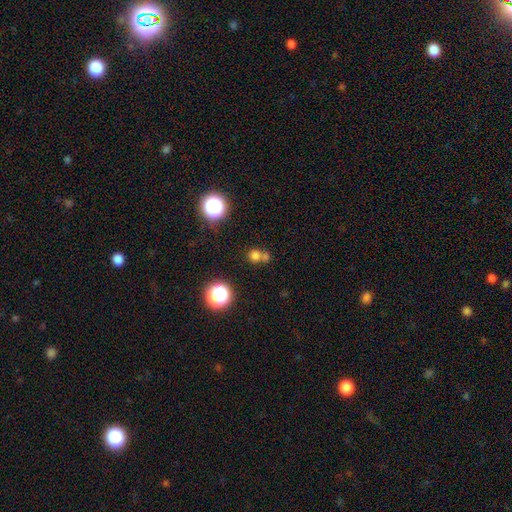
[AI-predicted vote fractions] smooth_or_featured: smooth (p=0.70) [alt: star or artifact p=0.21]
how_rounded: round (p=0.85) [alt: in between p=0.13]
merging: none (p=0.51) [alt: merger p=0.37]